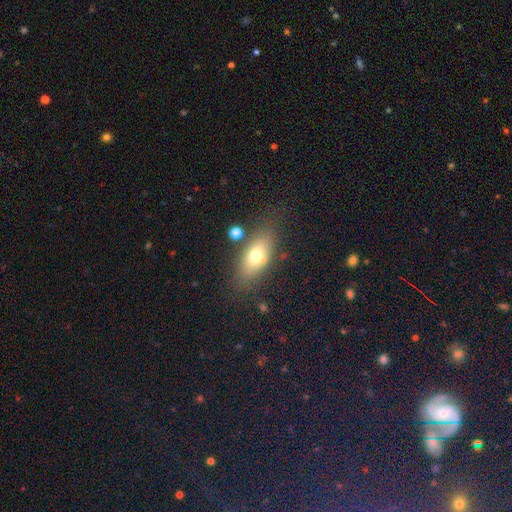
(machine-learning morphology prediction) Q: Smooth or featured?
A: smooth (67%); runner-up: featured or disk (23%)
Q: How rounded?
A: in between (80%); runner-up: cigar-shaped (12%)
Q: Merging?
A: none (74%); runner-up: minor disturbance (15%)